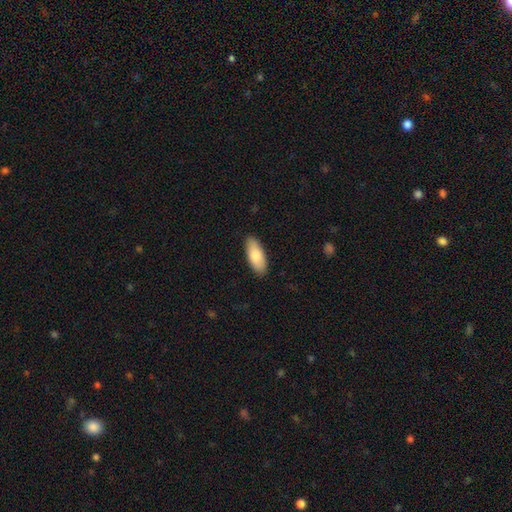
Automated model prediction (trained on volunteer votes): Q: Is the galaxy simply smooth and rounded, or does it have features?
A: smooth — 81%.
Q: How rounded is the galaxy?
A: in between — 84%.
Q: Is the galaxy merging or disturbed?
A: none — 89%.